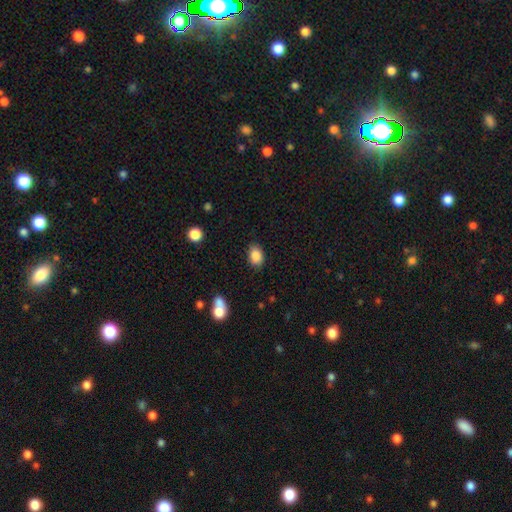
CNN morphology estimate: This is clearly a smooth galaxy (86%). How rounded: likely in between (75%). Merging: clearly none (85%).